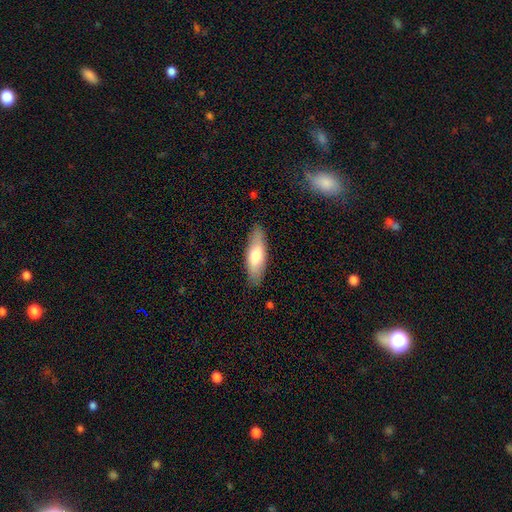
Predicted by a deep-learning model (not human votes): Smooth or featured?
  - smooth: 69% *
  - featured or disk: 25%
  - star or artifact: 5%
How rounded?
  - in between: 55% *
  - cigar-shaped: 43%
  - round: 2%
Merging?
  - none: 86% *
  - minor disturbance: 11%
  - major disturbance: 2%
  - merger: 1%